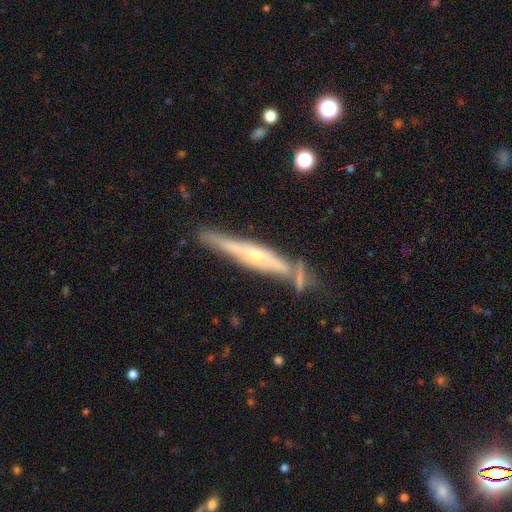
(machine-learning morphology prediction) type=featured or disk (73%); edge-on=yes (87%); edge-on bulge=rounded (70%); merging=none (60%).